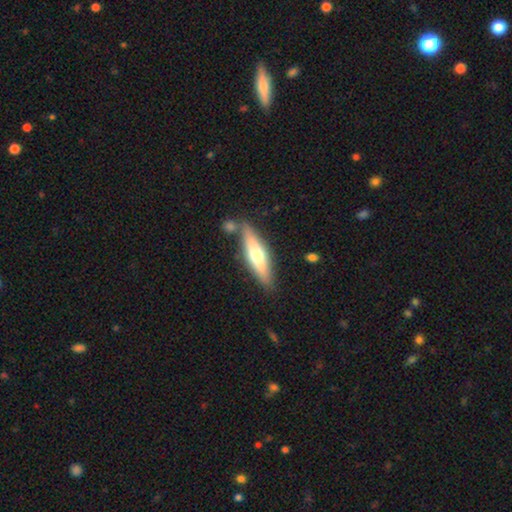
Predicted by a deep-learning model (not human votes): smooth_or_featured: smooth (p=0.52) [alt: featured or disk p=0.43]
how_rounded: cigar-shaped (p=0.73) [alt: in between p=0.26]
merging: none (p=0.72) [alt: minor disturbance p=0.14]